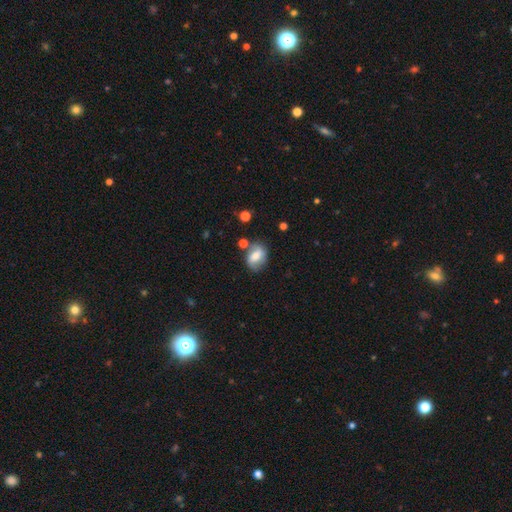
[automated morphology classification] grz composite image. It shows a smooth galaxy with no disk features (57%) that is in between round and cigar-shaped (66%). Merging: none (63%).